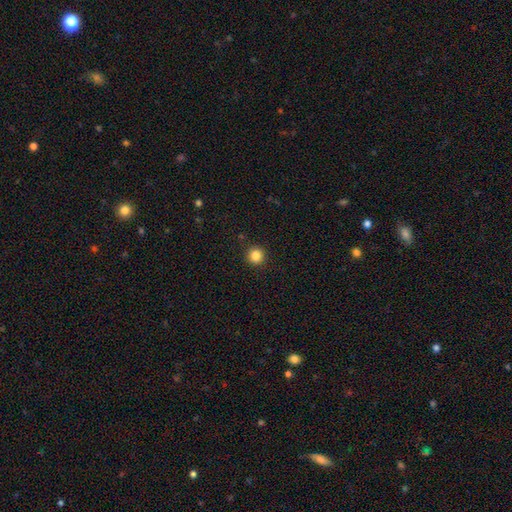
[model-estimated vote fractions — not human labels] This is clearly a smooth galaxy (84%). How rounded: clearly round (95%). Merging: clearly none (92%).